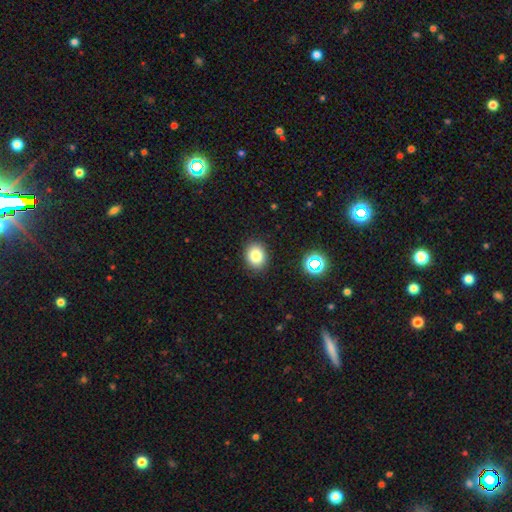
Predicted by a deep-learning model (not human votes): Overall: smooth (81%). How rounded: round (54%; in between 45%). Merging: none (89%).